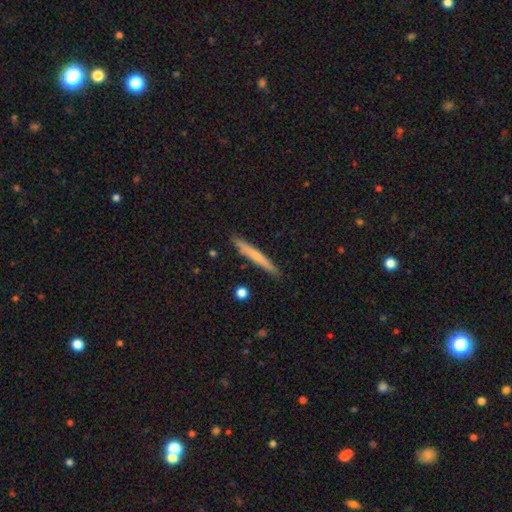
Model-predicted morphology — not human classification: Smooth or featured? smooth (55%)
How rounded? cigar-shaped (96%)
Merging? none (88%)